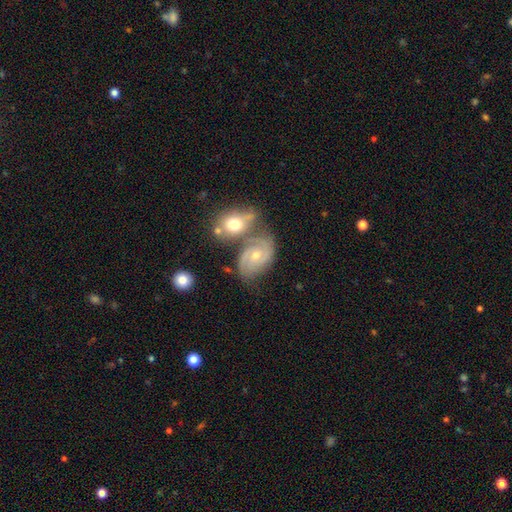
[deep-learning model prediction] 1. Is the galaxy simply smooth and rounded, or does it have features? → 73% featured or disk, 19% smooth, 8% star or artifact.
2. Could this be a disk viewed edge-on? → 97% no, 3% yes.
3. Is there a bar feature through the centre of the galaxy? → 68% no, 27% weak, 5% strong.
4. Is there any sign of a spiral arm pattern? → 92% yes, 8% no.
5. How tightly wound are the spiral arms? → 45% medium, 41% tight, 14% loose.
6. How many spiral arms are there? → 69% 2, 14% can't tell, 9% 3, 3% 1, 2% 4, 2% more than 4.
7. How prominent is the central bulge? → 52% moderate, 44% small, 2% large, 1% none, 1% dominant.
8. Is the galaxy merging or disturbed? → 41% none, 34% merger, 17% minor disturbance, 8% major disturbance.